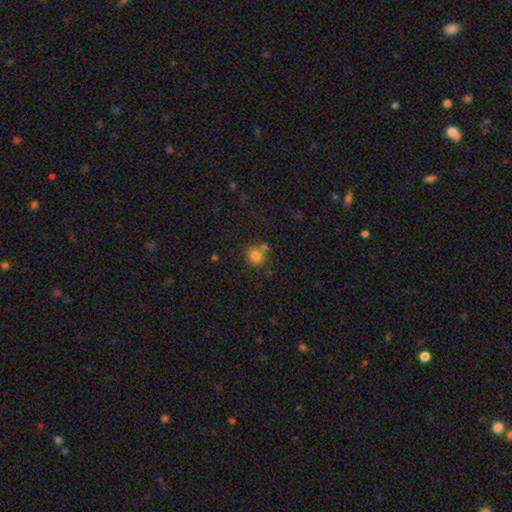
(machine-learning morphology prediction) This appears to be a smooth galaxy with no disk features (79%) that is round (65%). Merging: none (53%).